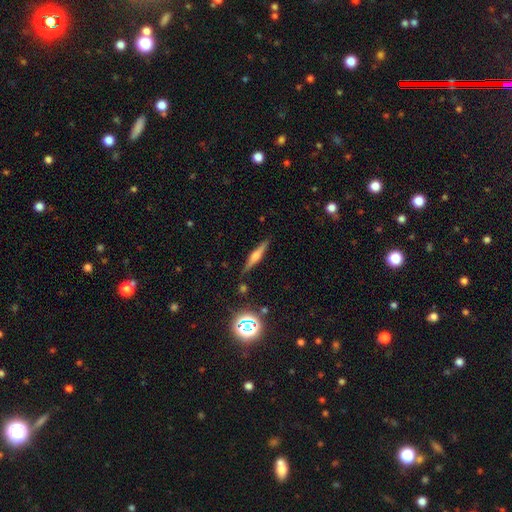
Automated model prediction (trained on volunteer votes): Q: Smooth or featured?
A: featured or disk (61%); runner-up: smooth (30%)
Q: Edge-on disk?
A: yes (97%); runner-up: no (3%)
Q: Edge-on bulge?
A: rounded (76%); runner-up: boxy (17%)
Q: Merging?
A: none (87%); runner-up: minor disturbance (9%)